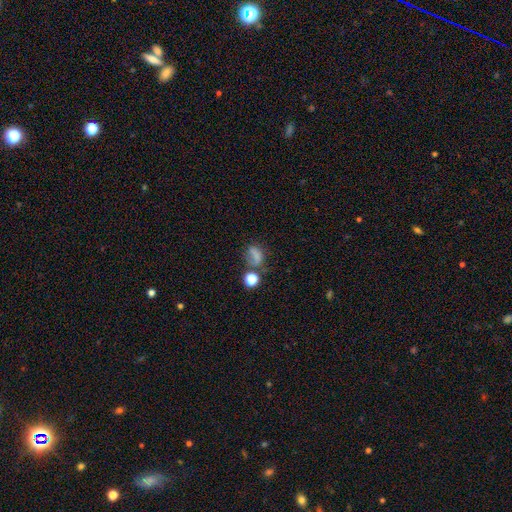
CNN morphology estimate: The model was most divided on "merging": none: 38%, major disturbance: 23%, minor disturbance: 20%, merger: 18%. More confident: smooth or featured — smooth (65%); how rounded — in between (60%).